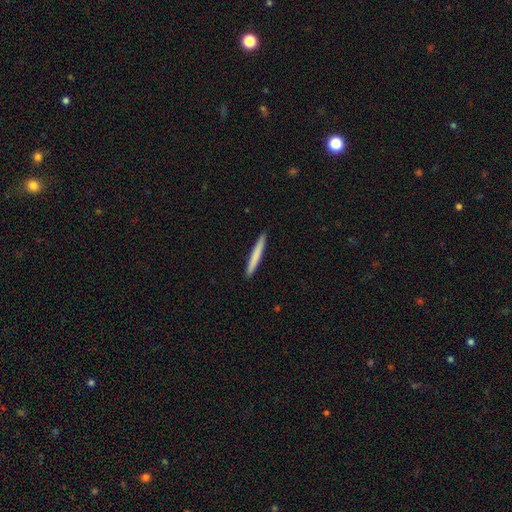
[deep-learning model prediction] This appears to be a smooth galaxy with no disk features (73%) that is cigar-shaped (97%). Merging: none (93%).